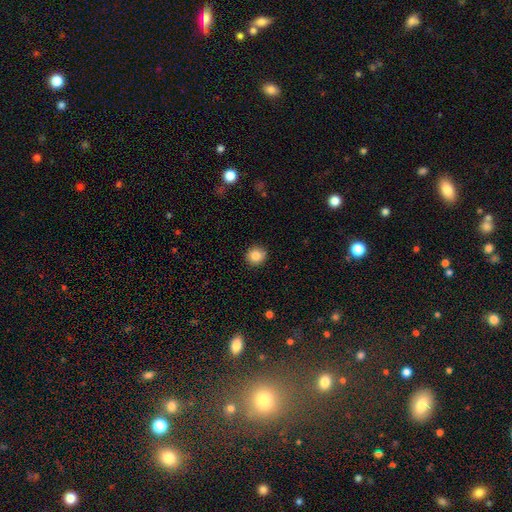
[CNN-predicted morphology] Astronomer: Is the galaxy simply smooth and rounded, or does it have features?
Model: smooth — 84%.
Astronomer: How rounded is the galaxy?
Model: round — 92%.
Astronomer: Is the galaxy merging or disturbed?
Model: none — 91%.